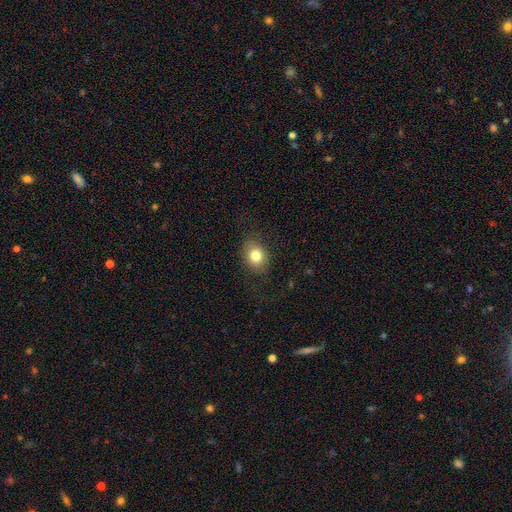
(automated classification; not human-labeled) Smooth or featured: smooth — 80% (featured or disk — 10%)
How rounded: in between — 52% (round — 47%)
Merging: none — 81% (minor disturbance — 13%)